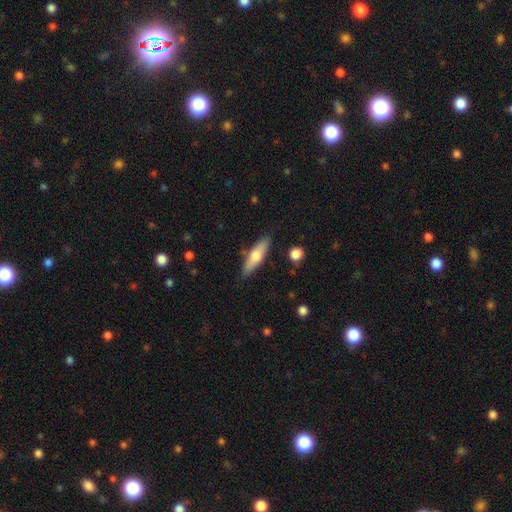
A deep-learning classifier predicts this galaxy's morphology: Smooth or featured: smooth — 55% (featured or disk — 39%)
How rounded: cigar-shaped — 64% (in between — 34%)
Merging: none — 84% (minor disturbance — 11%)